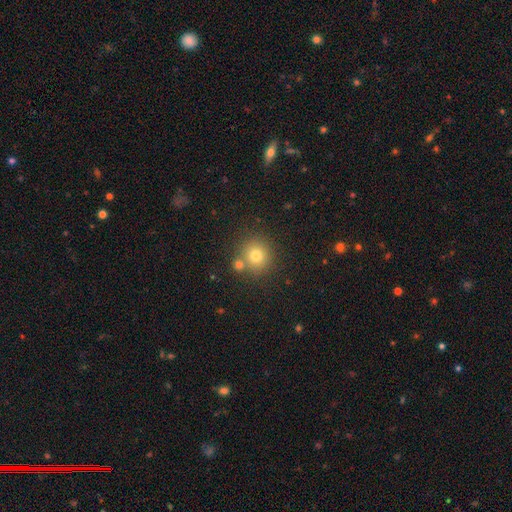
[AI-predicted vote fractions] This is likely a smooth galaxy (76%). How rounded: clearly round (91%). Merging: likely none (73%).